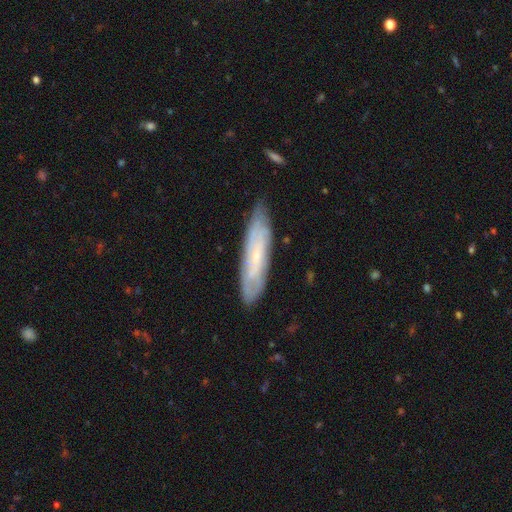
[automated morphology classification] Q: Smooth or featured?
A: featured or disk (58%); runner-up: smooth (35%)
Q: Edge-on disk?
A: no (59%); runner-up: yes (41%)
Q: Merging?
A: none (80%); runner-up: minor disturbance (16%)